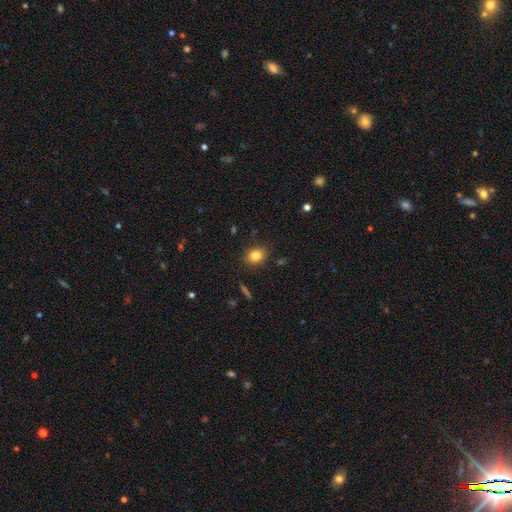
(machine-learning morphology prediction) This is clearly a smooth galaxy (82%). How rounded: possibly round (51%). Merging: clearly none (86%).